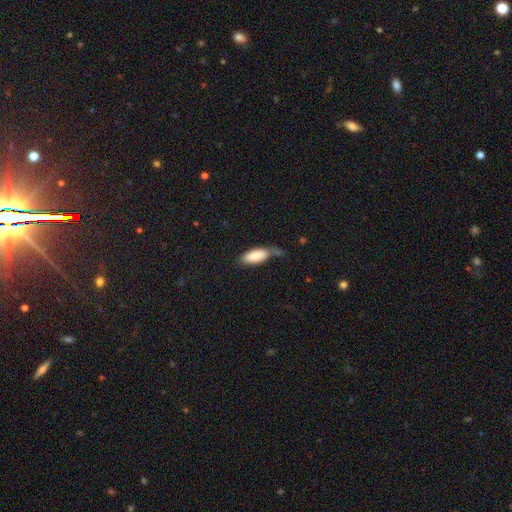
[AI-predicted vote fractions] A smooth galaxy with no disk features (86%) that is in between round and cigar-shaped (80%).

Vote fractions:
- Smooth or featured? smooth: 86% / featured or disk: 8% / star or artifact: 6%
- How rounded? in between: 80% / cigar-shaped: 18% / round: 2%
- Merging? none: 41% / minor disturbance: 35% / major disturbance: 14% / merger: 10%